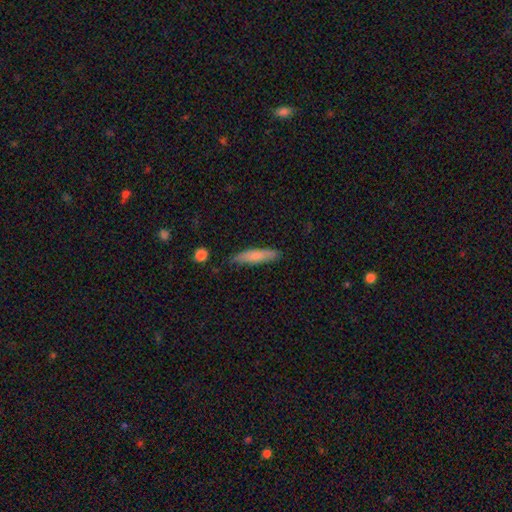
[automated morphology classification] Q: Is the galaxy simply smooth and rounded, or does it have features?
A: smooth — 76%.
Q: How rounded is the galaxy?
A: cigar-shaped — 82%.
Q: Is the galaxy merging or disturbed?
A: none — 83%.